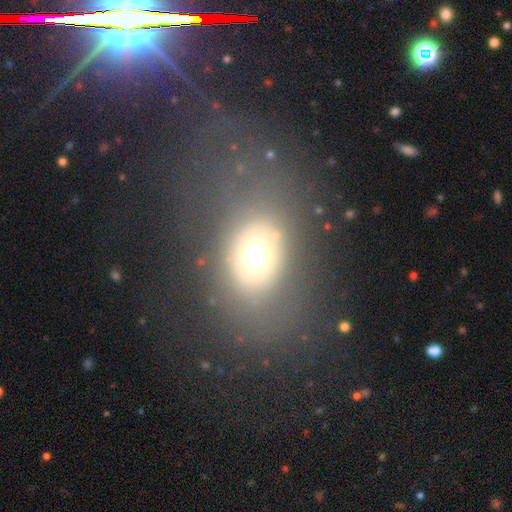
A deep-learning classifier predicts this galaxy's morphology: Smooth or featured? smooth (49%)
Merging? none (65%)